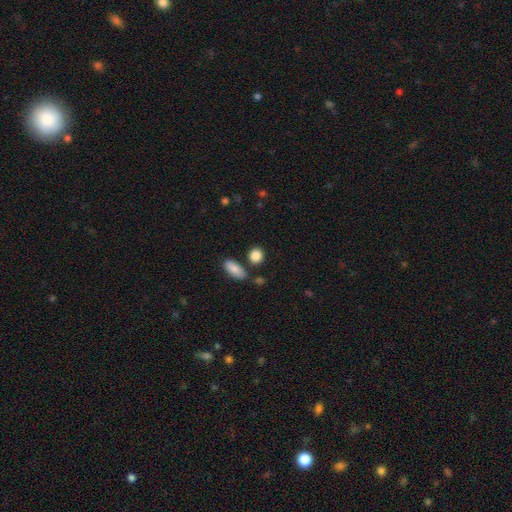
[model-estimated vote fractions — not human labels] smooth_or_featured: smooth (p=0.87) [alt: star or artifact p=0.08]
how_rounded: round (p=0.69) [alt: in between p=0.28]
merging: none (p=0.77) [alt: minor disturbance p=0.11]